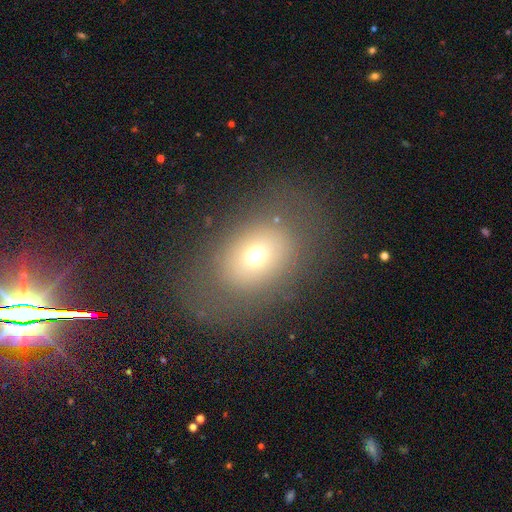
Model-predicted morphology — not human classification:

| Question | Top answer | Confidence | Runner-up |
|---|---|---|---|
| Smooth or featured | smooth | 63% | featured or disk (21%) |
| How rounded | in between | 66% | round (32%) |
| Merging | none | 72% | minor disturbance (14%) |